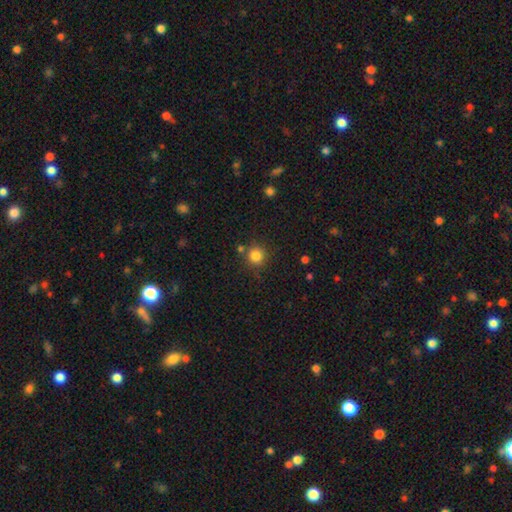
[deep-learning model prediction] Q: Smooth or featured?
A: smooth (83%); runner-up: star or artifact (12%)
Q: How rounded?
A: round (92%); runner-up: in between (7%)
Q: Merging?
A: none (80%); runner-up: minor disturbance (10%)